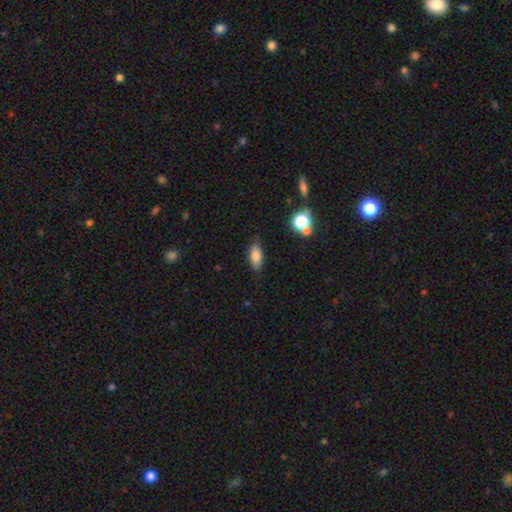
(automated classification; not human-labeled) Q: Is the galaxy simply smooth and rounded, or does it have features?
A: smooth — 80%.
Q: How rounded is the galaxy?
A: in between — 83%.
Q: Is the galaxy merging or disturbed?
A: none — 80%.